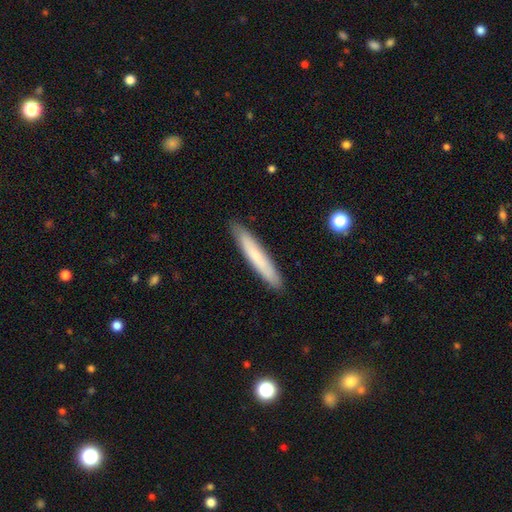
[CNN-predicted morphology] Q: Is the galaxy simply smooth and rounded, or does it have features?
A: smooth — 68%.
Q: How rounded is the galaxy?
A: cigar-shaped — 94%.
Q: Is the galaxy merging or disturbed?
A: none — 90%.